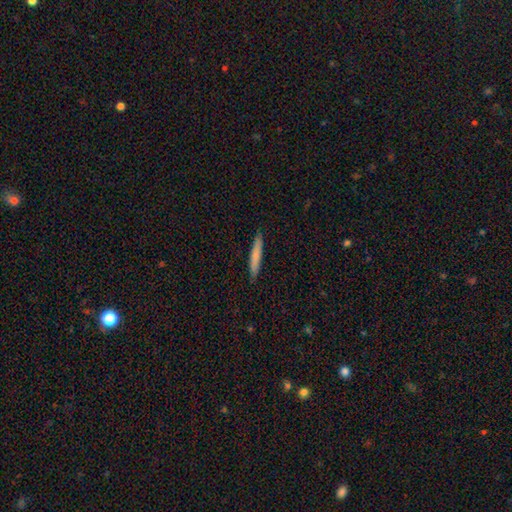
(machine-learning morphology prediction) Smooth or featured? Predicted: smooth (p=0.76). How rounded? Predicted: cigar-shaped (p=0.94). Merging? Predicted: none (p=0.91).